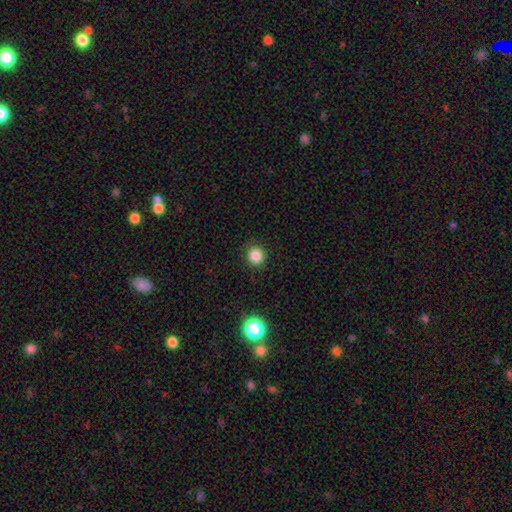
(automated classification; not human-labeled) Q: Smooth or featured?
A: smooth (84%); runner-up: star or artifact (12%)
Q: How rounded?
A: round (92%); runner-up: in between (7%)
Q: Merging?
A: none (90%); runner-up: minor disturbance (7%)